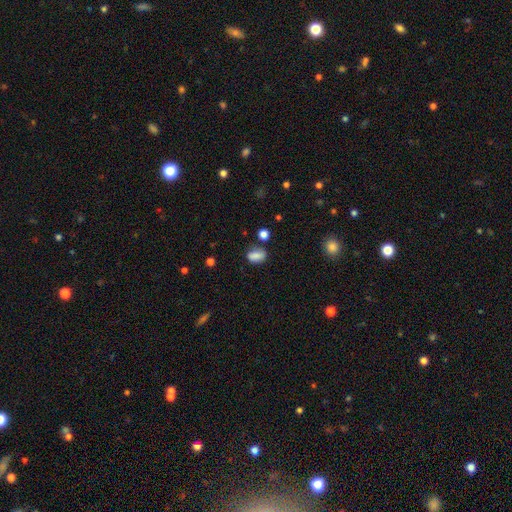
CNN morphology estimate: type=smooth (81%); roundness=in between (81%); merging=none (66%).